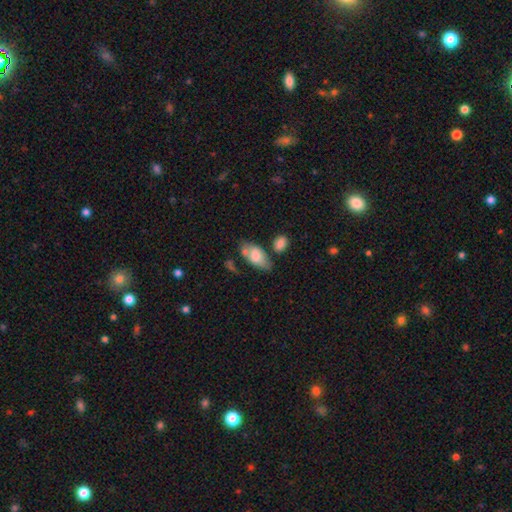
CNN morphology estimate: smooth_or_featured: smooth (p=0.70) [alt: featured or disk p=0.23]
how_rounded: in between (p=0.90) [alt: cigar-shaped p=0.06]
merging: none (p=0.50) [alt: minor disturbance p=0.23]